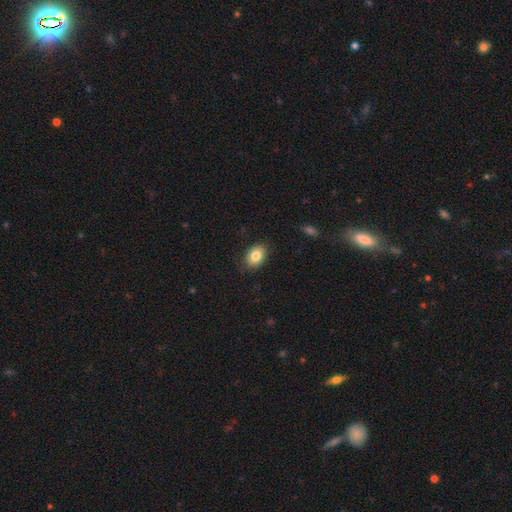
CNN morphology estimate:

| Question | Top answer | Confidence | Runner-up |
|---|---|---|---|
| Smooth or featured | smooth | 83% | featured or disk (9%) |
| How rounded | in between | 82% | round (17%) |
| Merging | none | 85% | minor disturbance (11%) |